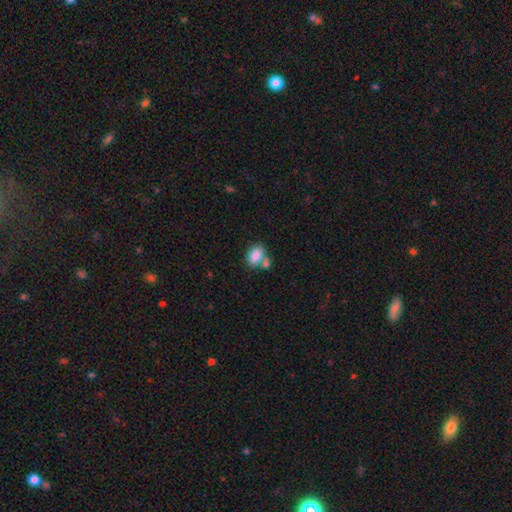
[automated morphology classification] A smooth galaxy with no disk features (83%) that is in between round and cigar-shaped (83%).

Vote fractions:
- Smooth or featured? smooth: 83% / star or artifact: 8% / featured or disk: 8%
- How rounded? in between: 83% / round: 16% / cigar-shaped: 1%
- Merging? none: 42% / merger: 40% / minor disturbance: 13% / major disturbance: 5%